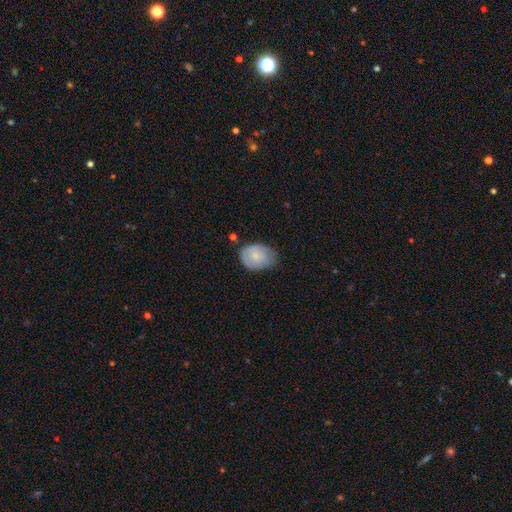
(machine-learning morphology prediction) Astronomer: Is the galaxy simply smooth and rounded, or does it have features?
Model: smooth — 67%.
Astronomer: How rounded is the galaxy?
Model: in between — 69%.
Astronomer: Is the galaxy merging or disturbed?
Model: none — 53% (runner-up: minor disturbance, 36%).